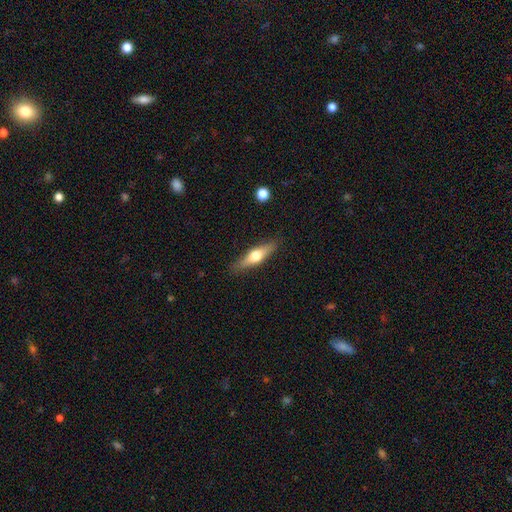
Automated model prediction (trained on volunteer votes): Smooth or featured: featured or disk — 49% (smooth — 45%)
Merging: none — 87% (minor disturbance — 9%)